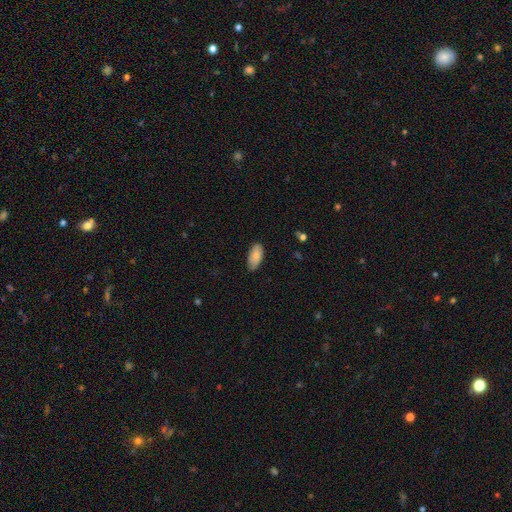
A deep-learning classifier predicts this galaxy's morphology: This appears to be a smooth galaxy with no disk features (83%) that is in between round and cigar-shaped (93%). Merging: none (77%).